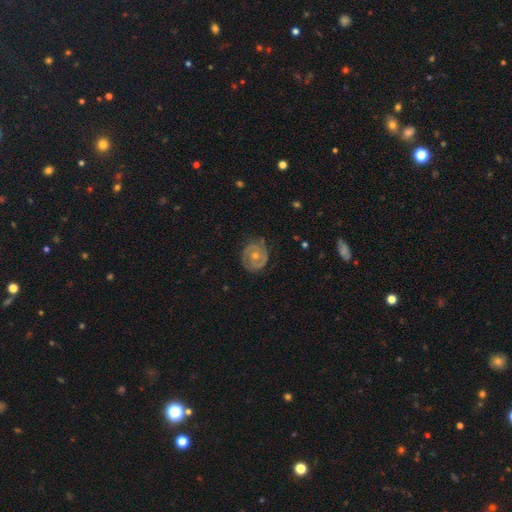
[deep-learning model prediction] smooth_or_featured: featured or disk (p=0.81) [alt: smooth p=0.14]
disk_edge_on: no (p=0.98) [alt: yes p=0.02]
bar: no (p=0.73) [alt: weak p=0.22]
has_spiral_arms: yes (p=0.90) [alt: no p=0.10]
spiral_winding: tight (p=0.66) [alt: medium p=0.27]
spiral_arm_count: 2 (p=0.70) [alt: can't tell p=0.14]
bulge_size: moderate (p=0.59) [alt: small p=0.37]
merging: none (p=0.75) [alt: minor disturbance p=0.18]